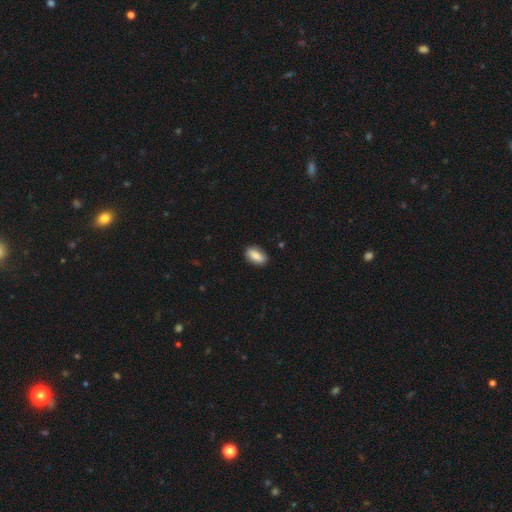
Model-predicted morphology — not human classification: A smooth galaxy with no disk features (85%) that is in between round and cigar-shaped (90%). Merging: none (85%).